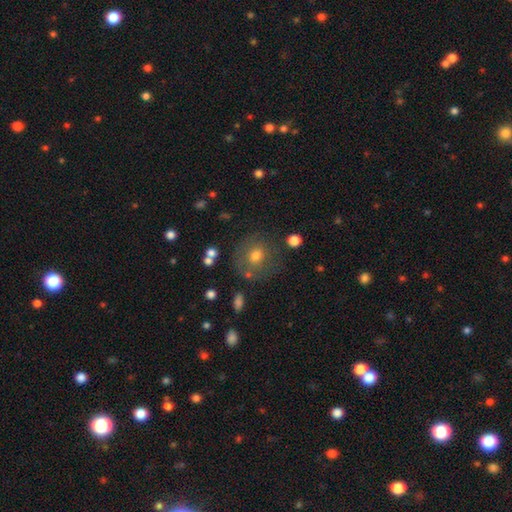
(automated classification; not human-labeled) smooth 66%, featured or disk 22%, star or artifact 12%. Down the decision tree: how rounded — round (82%); merging — none (71%).